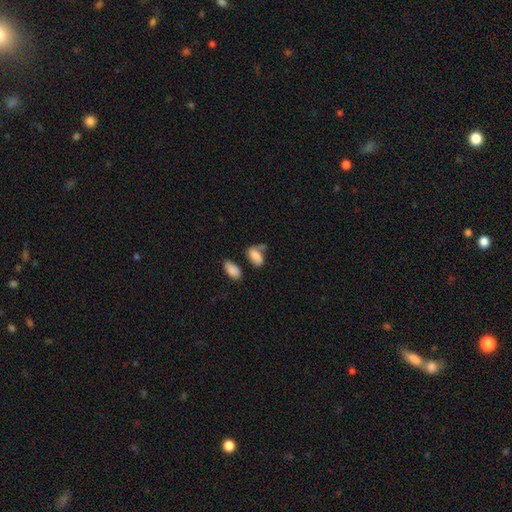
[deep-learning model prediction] smooth-or-featured: smooth: 77% | featured or disk: 14% | star or artifact: 10%
  how-rounded: in between: 89% | round: 6% | cigar-shaped: 5%
  merging: none: 41% | merger: 26% | minor disturbance: 22% | major disturbance: 11%